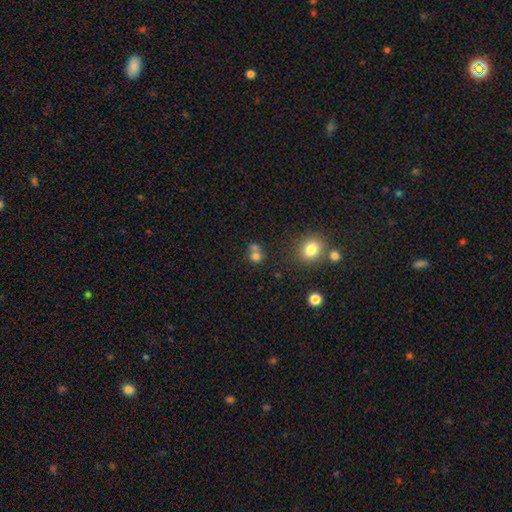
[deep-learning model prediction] The model was most divided on "merging" (2-way tie): none: 43%, merger: 43%, minor disturbance: 9%, major disturbance: 5%. More confident: how rounded — round (79%); smooth or featured — smooth (73%).